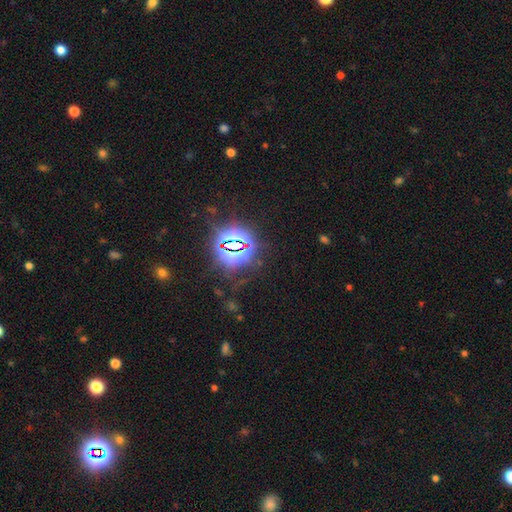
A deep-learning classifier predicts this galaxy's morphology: The model was most divided on "smooth or featured": star or artifact: 83%, smooth: 10%, featured or disk: 7%.